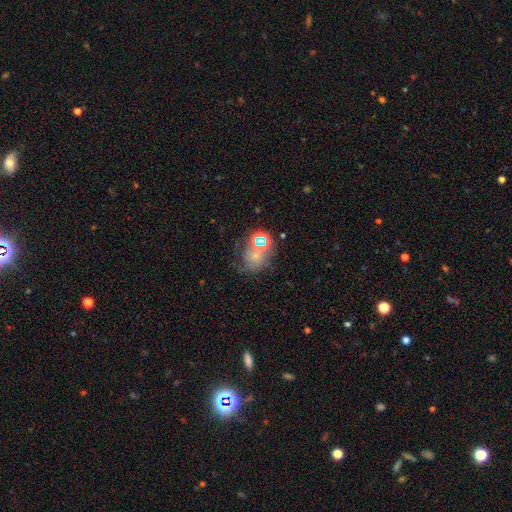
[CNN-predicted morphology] This appears to be a smooth galaxy with no disk features (47%). Merging: none (43%).